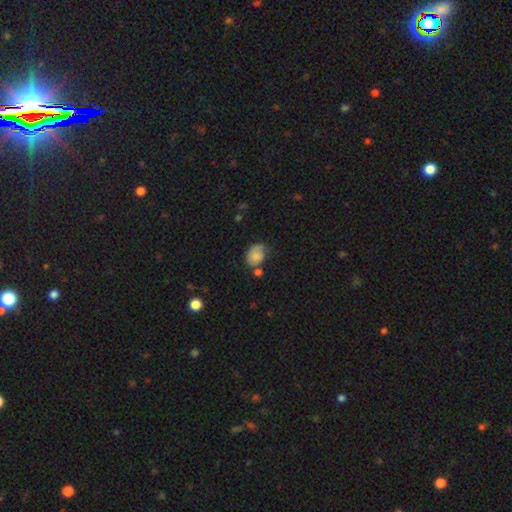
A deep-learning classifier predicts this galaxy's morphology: Q: Smooth or featured?
A: smooth (78%); runner-up: featured or disk (14%)
Q: How rounded?
A: in between (67%); runner-up: round (32%)
Q: Merging?
A: none (49%); runner-up: minor disturbance (32%)